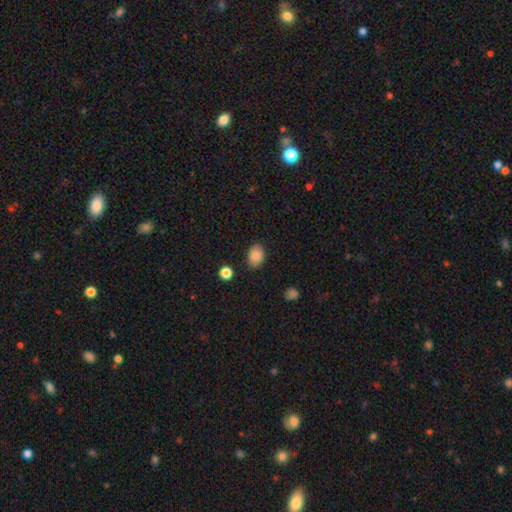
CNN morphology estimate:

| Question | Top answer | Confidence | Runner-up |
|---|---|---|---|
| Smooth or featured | smooth | 86% | star or artifact (8%) |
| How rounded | in between | 77% | round (22%) |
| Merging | none | 84% | minor disturbance (12%) |